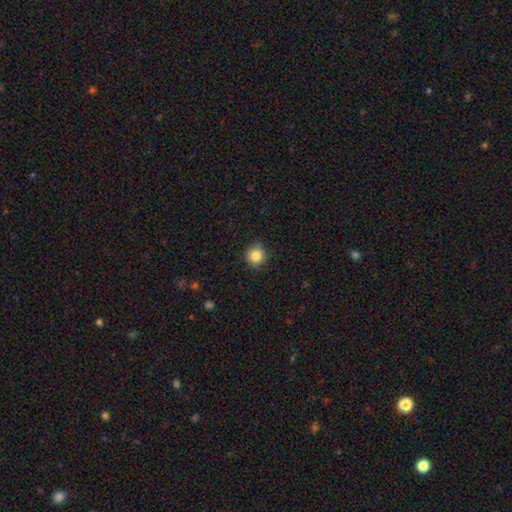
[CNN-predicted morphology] smooth_or_featured: smooth (p=0.85) [alt: star or artifact p=0.10]
how_rounded: round (p=0.90) [alt: in between p=0.09]
merging: none (p=0.88) [alt: minor disturbance p=0.09]